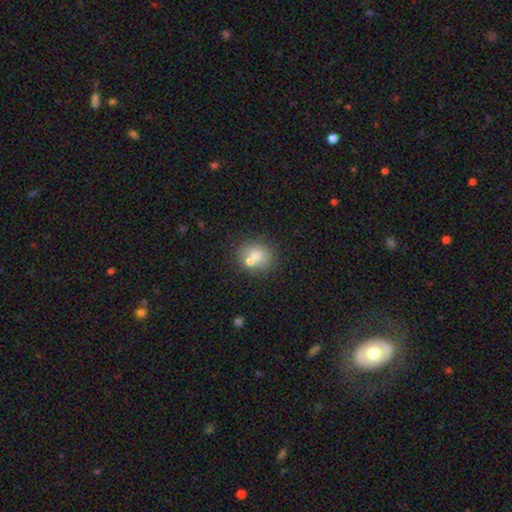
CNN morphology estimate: This is likely a smooth galaxy (71%). How rounded: likely round (74%). Merging: possibly none (57%).